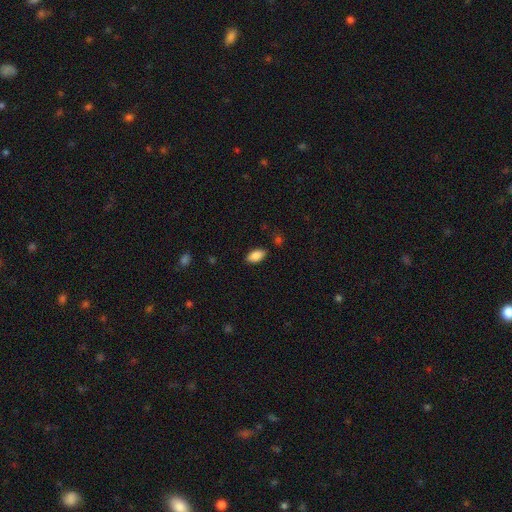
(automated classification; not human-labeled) Overall: smooth (87%). How rounded: in between (93%). Merging: none (85%).